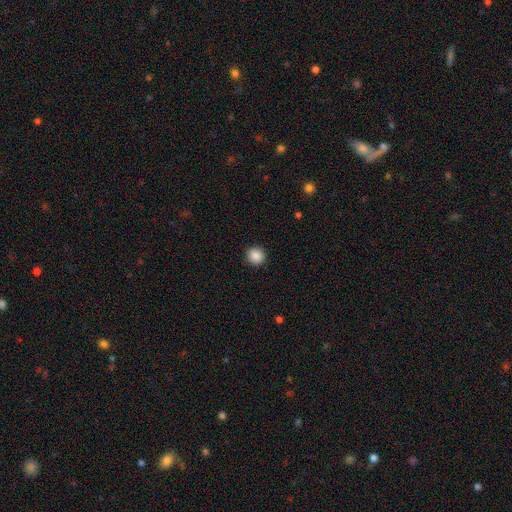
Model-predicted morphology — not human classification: smooth 88%, star or artifact 9%, featured or disk 3%. Down the decision tree: how rounded — round (93%); merging — none (92%).